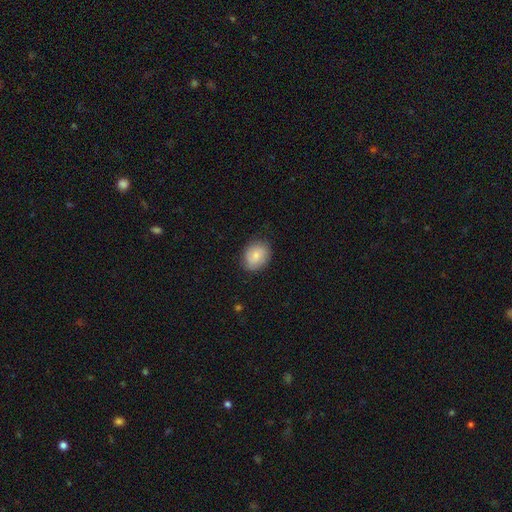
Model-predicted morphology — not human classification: Q: Smooth or featured?
A: smooth (77%); runner-up: featured or disk (16%)
Q: How rounded?
A: round (51%); runner-up: in between (48%)
Q: Merging?
A: none (82%); runner-up: minor disturbance (14%)